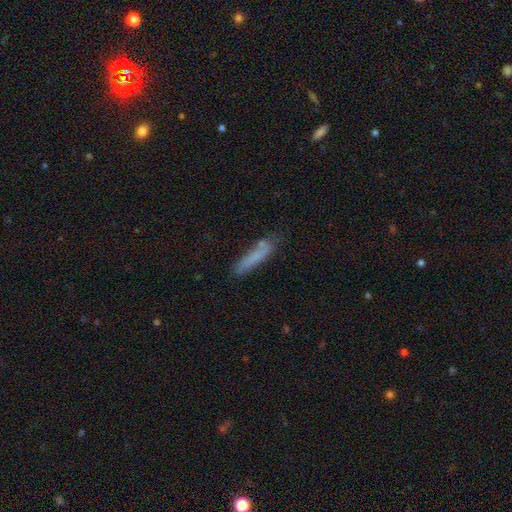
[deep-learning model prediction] Smooth or featured?
  - smooth: 72% *
  - featured or disk: 20%
  - star or artifact: 9%
How rounded?
  - cigar-shaped: 87% *
  - in between: 11%
  - round: 2%
Merging?
  - none: 68% *
  - minor disturbance: 20%
  - major disturbance: 6%
  - merger: 5%